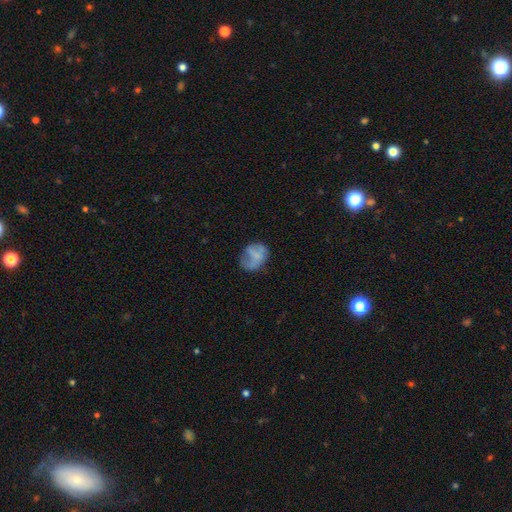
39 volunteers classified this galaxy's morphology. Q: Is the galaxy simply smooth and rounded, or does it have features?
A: smooth — 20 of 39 (51%).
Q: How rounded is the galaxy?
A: in between — 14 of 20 (70%).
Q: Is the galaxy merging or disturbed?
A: none — 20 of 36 (56%).